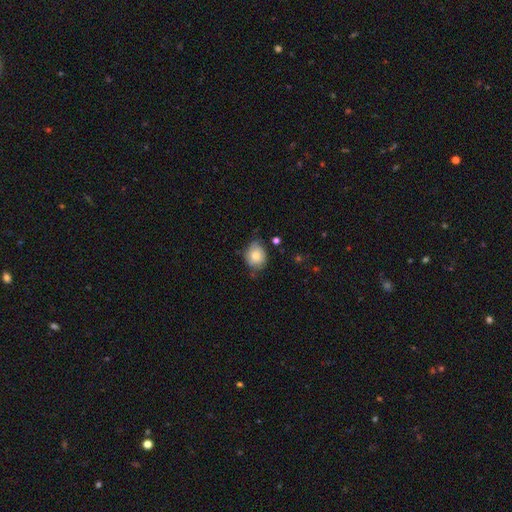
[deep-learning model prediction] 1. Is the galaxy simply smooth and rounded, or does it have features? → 71% smooth, 21% featured or disk, 8% star or artifact.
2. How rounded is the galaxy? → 60% round, 39% in between, 1% cigar-shaped.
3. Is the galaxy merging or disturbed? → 60% none, 31% minor disturbance, 6% major disturbance, 3% merger.